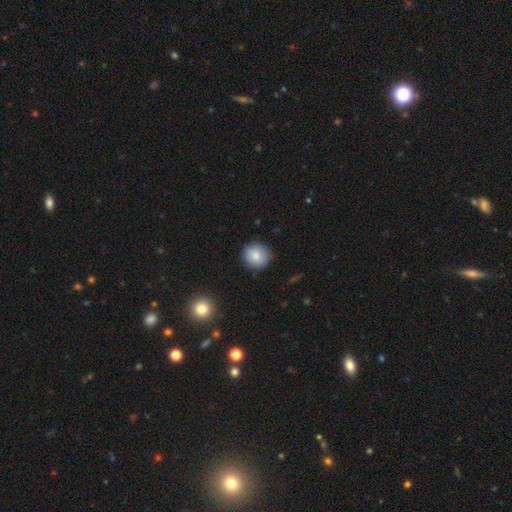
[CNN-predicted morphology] smooth_or_featured: smooth (p=0.82) [alt: featured or disk p=0.10]
how_rounded: round (p=0.90) [alt: in between p=0.09]
merging: none (p=0.88) [alt: minor disturbance p=0.09]